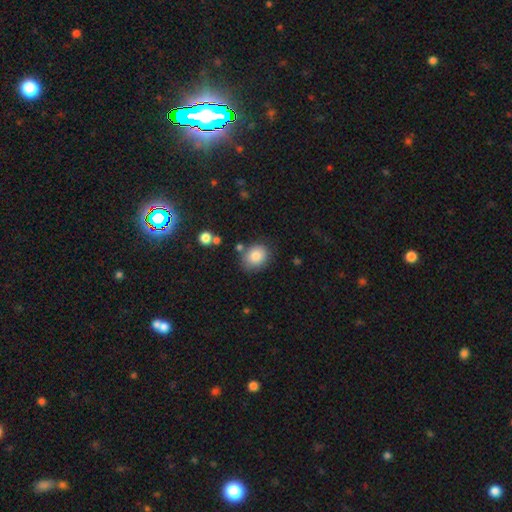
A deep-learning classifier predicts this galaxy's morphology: Smooth or featured: smooth — 84% (star or artifact — 9%)
How rounded: round — 58% (in between — 41%)
Merging: none — 76% (minor disturbance — 14%)